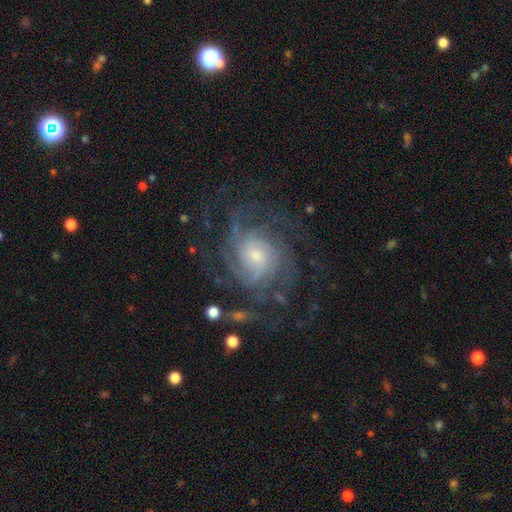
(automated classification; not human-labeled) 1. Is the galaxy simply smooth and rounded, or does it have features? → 87% featured or disk, 6% smooth, 6% star or artifact.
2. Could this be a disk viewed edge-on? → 98% no, 2% yes.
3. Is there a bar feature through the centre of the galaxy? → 64% no, 30% weak, 6% strong.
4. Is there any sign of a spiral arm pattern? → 97% yes, 3% no.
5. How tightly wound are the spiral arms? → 60% tight, 32% medium, 8% loose.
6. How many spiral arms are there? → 28% can't tell, 23% 4, 18% 3, 13% 2, 11% more than 4, 8% 1.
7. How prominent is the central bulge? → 45% moderate, 42% small, 9% large, 3% none, 1% dominant.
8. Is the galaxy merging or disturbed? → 71% none, 15% minor disturbance, 12% major disturbance, 2% merger.